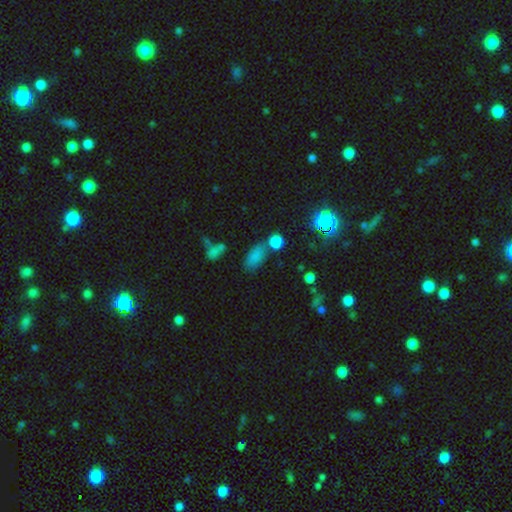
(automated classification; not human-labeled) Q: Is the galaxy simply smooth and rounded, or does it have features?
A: smooth — 77%.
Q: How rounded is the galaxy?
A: in between — 78%.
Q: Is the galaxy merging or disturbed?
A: none — 63%.